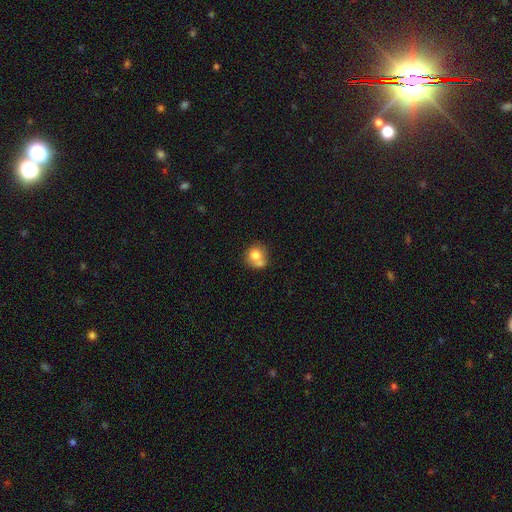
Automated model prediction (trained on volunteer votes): Smooth or featured: smooth — 75% (featured or disk — 16%)
How rounded: round — 82% (in between — 17%)
Merging: none — 42% (merger — 40%)